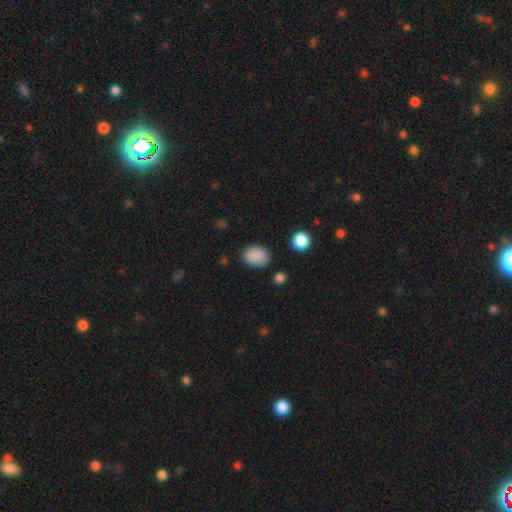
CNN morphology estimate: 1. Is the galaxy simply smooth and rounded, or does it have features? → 88% smooth, 9% star or artifact, 3% featured or disk.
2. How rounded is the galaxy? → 61% in between, 38% round, 1% cigar-shaped.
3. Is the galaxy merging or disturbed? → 82% none, 13% minor disturbance, 3% major disturbance, 2% merger.